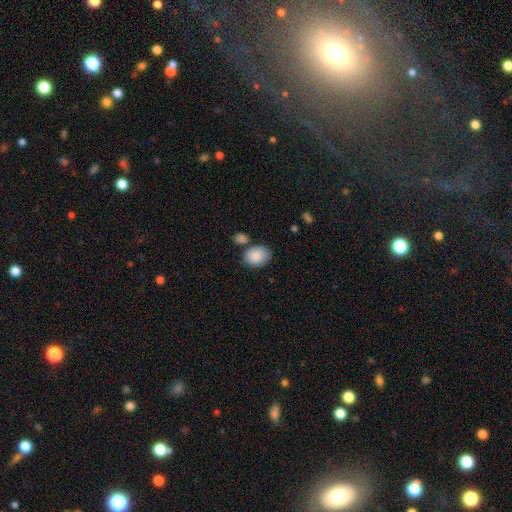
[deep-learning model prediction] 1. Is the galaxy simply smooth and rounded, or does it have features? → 88% smooth, 7% star or artifact, 6% featured or disk.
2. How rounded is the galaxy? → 69% in between, 30% round, 1% cigar-shaped.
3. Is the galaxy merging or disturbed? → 63% none, 17% minor disturbance, 15% merger, 5% major disturbance.